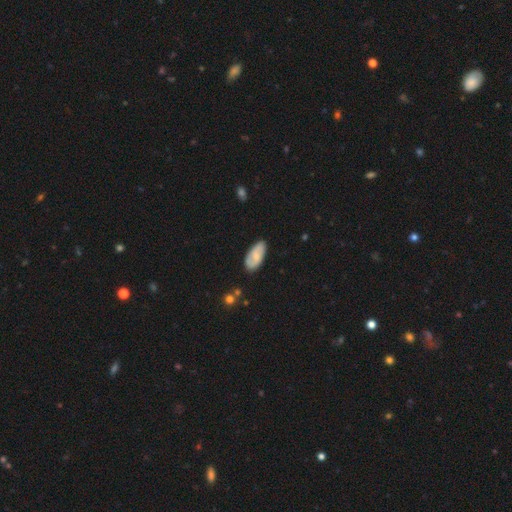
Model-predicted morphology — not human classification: This is likely a smooth galaxy (61%). How rounded: clearly in between (91%). Merging: clearly none (82%).